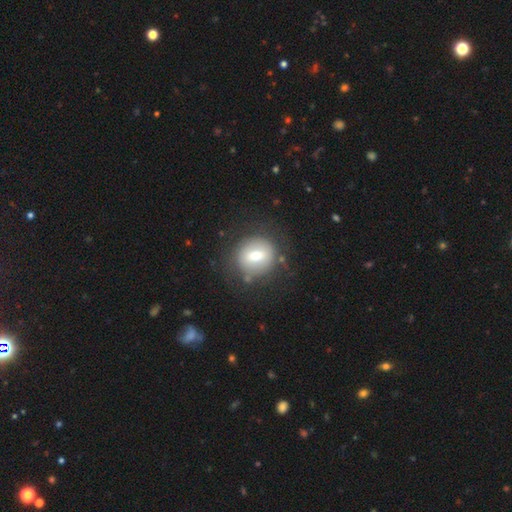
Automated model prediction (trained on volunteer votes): smooth_or_featured: smooth (p=0.62) [alt: featured or disk p=0.29]
how_rounded: round (p=0.81) [alt: in between p=0.18]
merging: none (p=0.76) [alt: minor disturbance p=0.14]